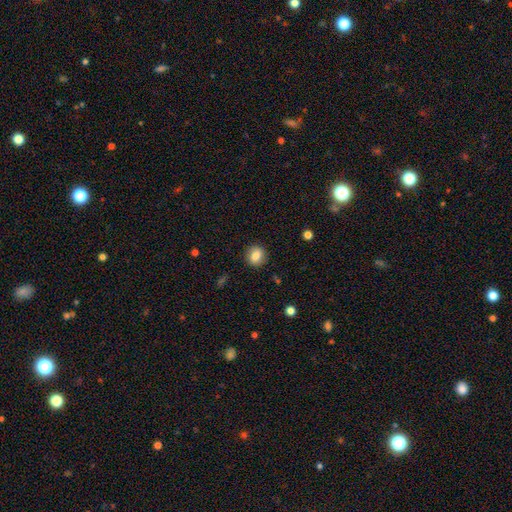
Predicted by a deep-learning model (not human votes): A smooth galaxy with no disk features (80%) that is round (81%).

Vote fractions:
- Smooth or featured? smooth: 80% / featured or disk: 11% / star or artifact: 9%
- How rounded? round: 81% / in between: 18% / cigar-shaped: 1%
- Merging? none: 89% / minor disturbance: 8% / major disturbance: 2% / merger: 1%